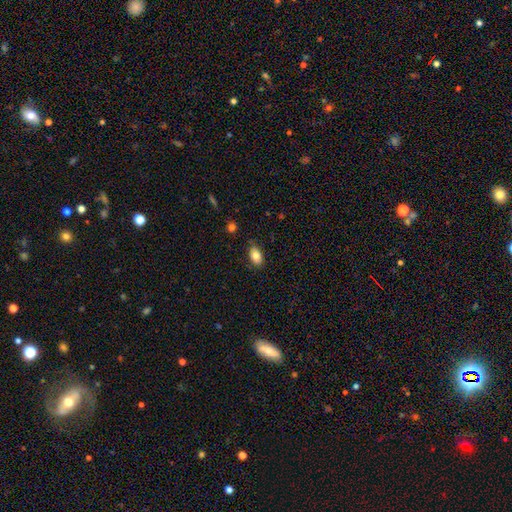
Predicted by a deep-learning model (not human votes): smooth_or_featured: smooth (p=0.81) [alt: featured or disk p=0.11]
how_rounded: in between (p=0.90) [alt: round p=0.07]
merging: none (p=0.82) [alt: minor disturbance p=0.14]